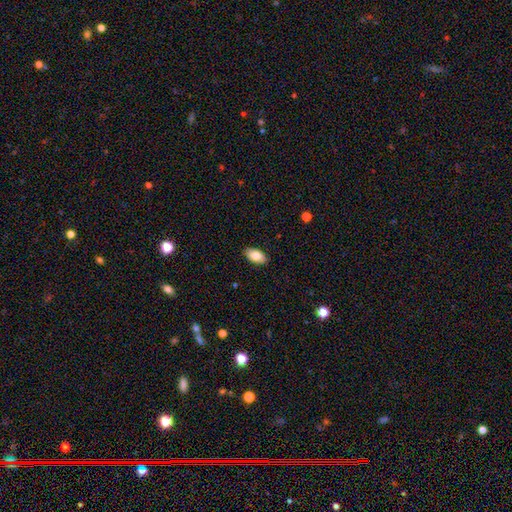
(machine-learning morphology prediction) Smooth or featured? Predicted: smooth (p=0.83). How rounded? Predicted: in between (p=0.94). Merging? Predicted: none (p=0.89).